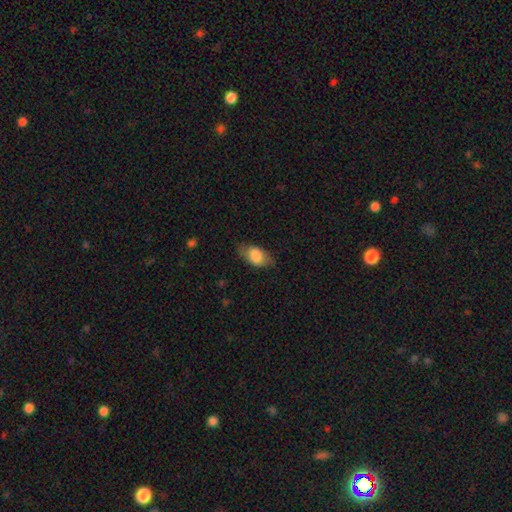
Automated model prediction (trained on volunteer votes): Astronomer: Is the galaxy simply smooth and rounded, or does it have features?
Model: smooth — 79%.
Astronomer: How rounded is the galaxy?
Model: in between — 89%.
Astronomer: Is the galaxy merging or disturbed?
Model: none — 72%.